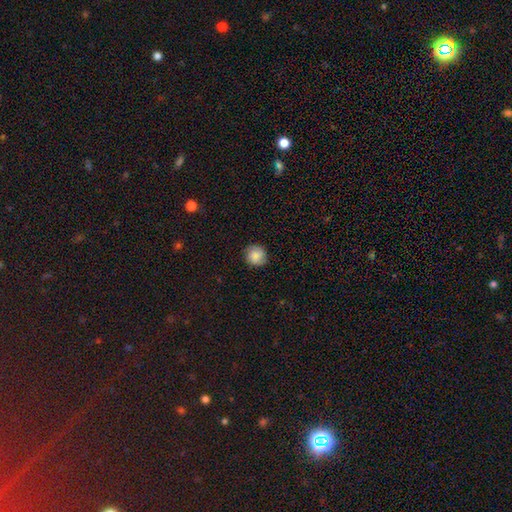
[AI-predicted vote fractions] smooth_or_featured: smooth (p=0.81) [alt: featured or disk p=0.10]
how_rounded: round (p=0.91) [alt: in between p=0.08]
merging: none (p=0.85) [alt: minor disturbance p=0.11]